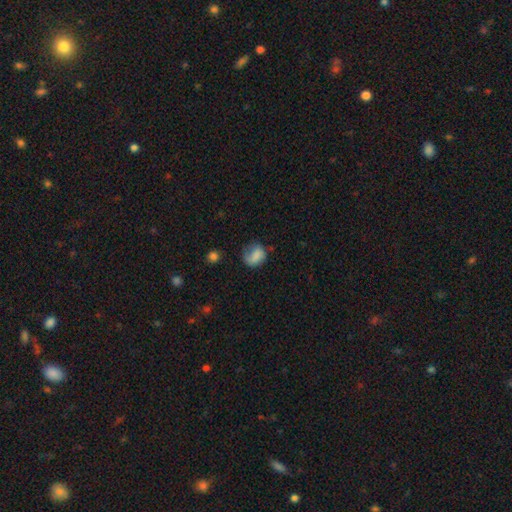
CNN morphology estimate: Smooth or featured? Predicted: smooth (p=0.76). How rounded? Predicted: round (p=0.59). Merging? Predicted: none (p=0.49).